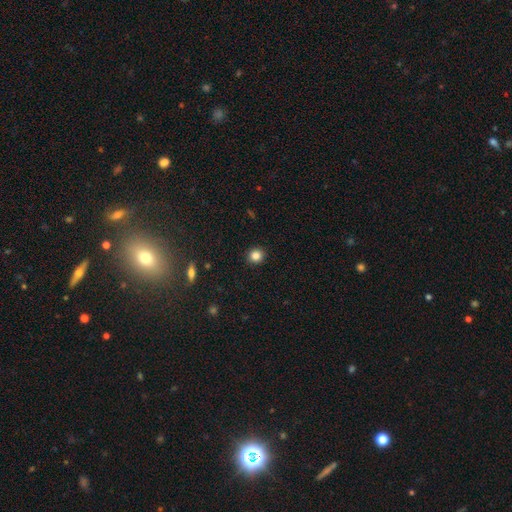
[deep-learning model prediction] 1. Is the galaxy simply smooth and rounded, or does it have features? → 84% smooth, 11% star or artifact, 5% featured or disk.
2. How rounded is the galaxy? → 91% round, 8% in between, 1% cigar-shaped.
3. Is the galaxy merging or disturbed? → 92% none, 5% minor disturbance, 2% major disturbance, 1% merger.